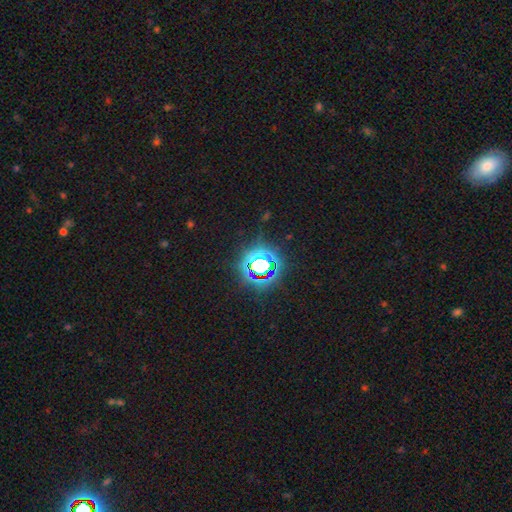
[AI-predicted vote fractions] Smooth or featured?
  - star or artifact: 75% *
  - smooth: 16%
  - featured or disk: 9%